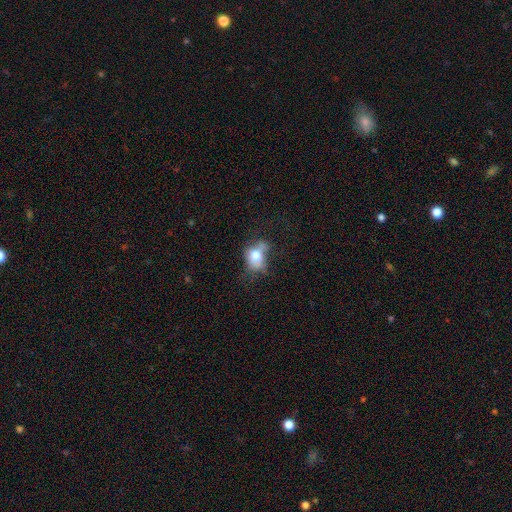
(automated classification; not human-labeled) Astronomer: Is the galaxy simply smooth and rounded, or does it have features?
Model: smooth — 67%.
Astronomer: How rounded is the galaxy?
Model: in between — 66%.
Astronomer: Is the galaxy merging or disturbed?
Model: none — 33% (runner-up: minor disturbance, 29%).